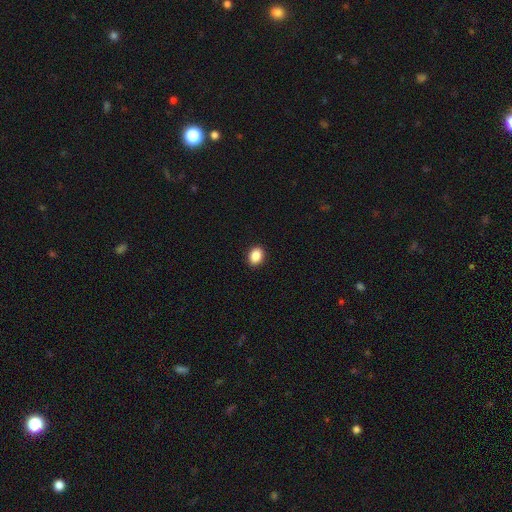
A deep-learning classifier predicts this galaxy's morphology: Q: Smooth or featured?
A: smooth (89%); runner-up: star or artifact (8%)
Q: How rounded?
A: in between (63%); runner-up: round (36%)
Q: Merging?
A: none (91%); runner-up: minor disturbance (6%)